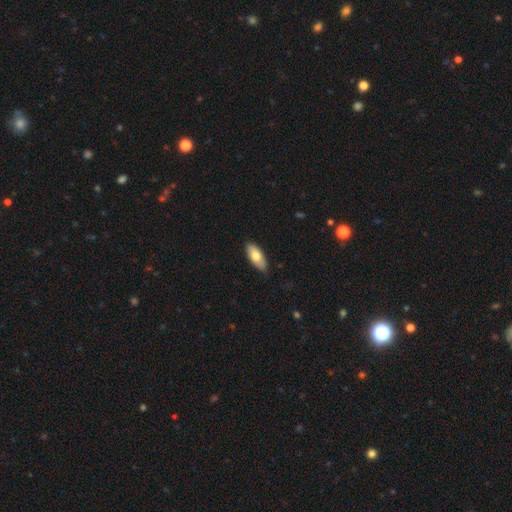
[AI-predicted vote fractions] Q: Smooth or featured?
A: smooth (73%); runner-up: featured or disk (21%)
Q: How rounded?
A: in between (86%); runner-up: cigar-shaped (12%)
Q: Merging?
A: none (86%); runner-up: minor disturbance (11%)